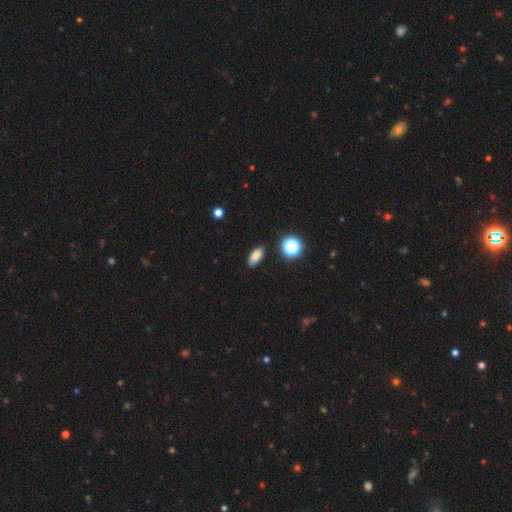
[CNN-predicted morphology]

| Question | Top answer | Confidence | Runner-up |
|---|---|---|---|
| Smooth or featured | smooth | 81% | star or artifact (12%) |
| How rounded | in between | 85% | cigar-shaped (8%) |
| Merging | none | 86% | minor disturbance (10%) |